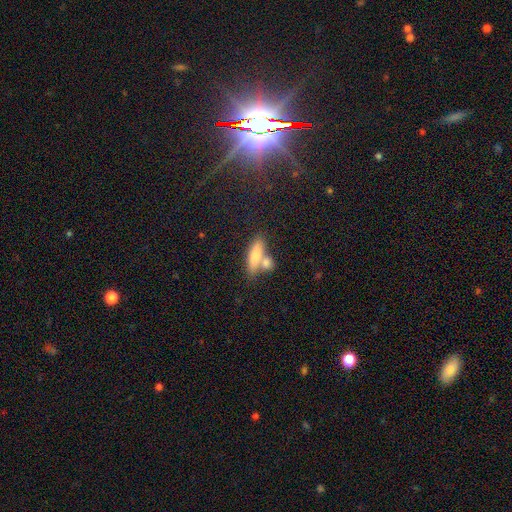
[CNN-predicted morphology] This is likely a smooth galaxy (76%). How rounded: possibly in between (48%). Merging: possibly none (47%).